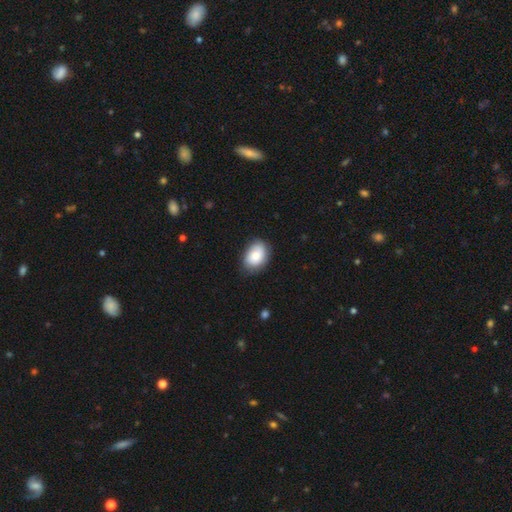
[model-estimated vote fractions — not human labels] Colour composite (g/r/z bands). It shows a smooth galaxy with no disk features (80%) that is in between round and cigar-shaped (78%). Merging: none (76%).